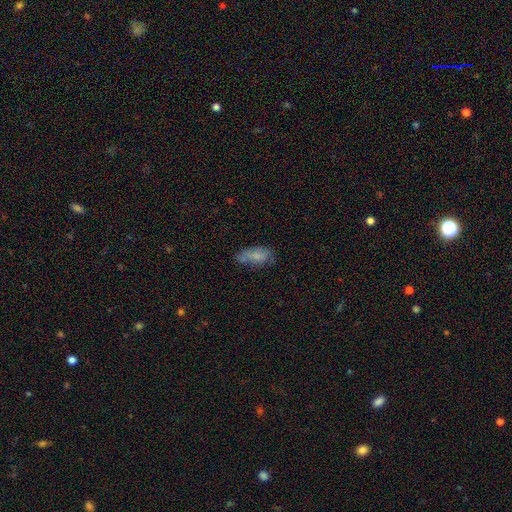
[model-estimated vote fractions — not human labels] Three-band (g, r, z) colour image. It shows a smooth galaxy with no disk features (69%) that is in between round and cigar-shaped (85%). Merging: none (55%).